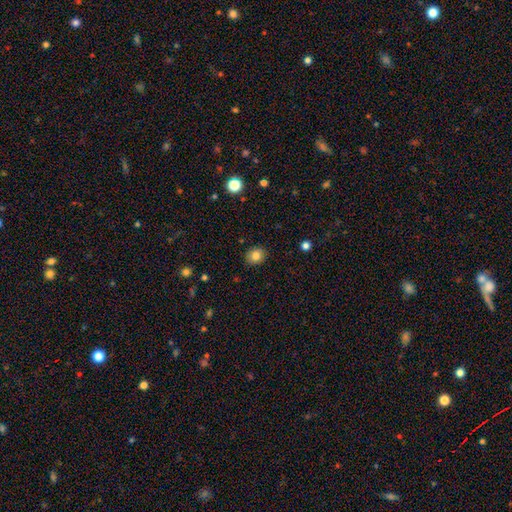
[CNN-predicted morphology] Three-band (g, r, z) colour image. It shows a smooth galaxy with no disk features (82%) that is round (60%). Merging: none (89%).